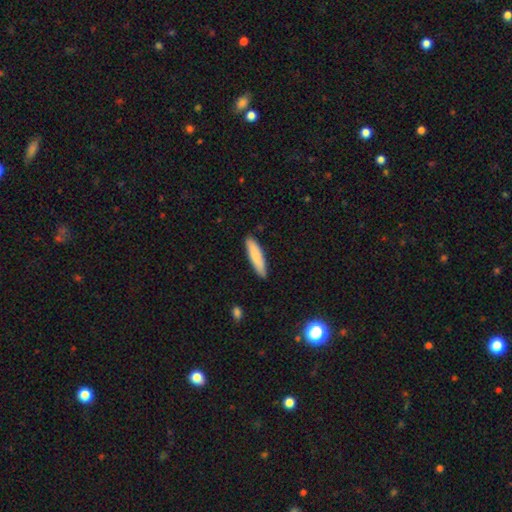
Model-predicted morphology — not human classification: This is clearly a smooth galaxy (83%). How rounded: likely cigar-shaped (78%). Merging: clearly none (87%).